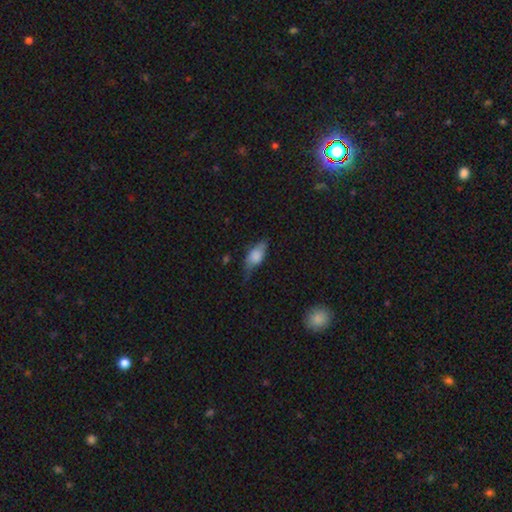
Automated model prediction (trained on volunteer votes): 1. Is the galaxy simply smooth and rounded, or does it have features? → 71% smooth, 22% featured or disk, 8% star or artifact.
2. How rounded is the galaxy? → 84% in between, 12% cigar-shaped, 4% round.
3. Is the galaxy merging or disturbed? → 45% none, 38% minor disturbance, 14% major disturbance, 2% merger.